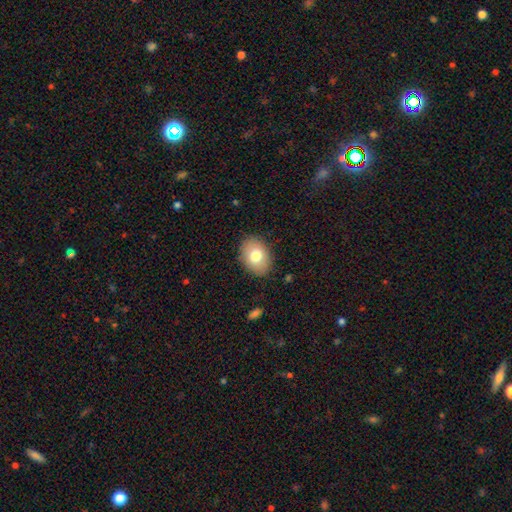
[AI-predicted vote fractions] smooth_or_featured: smooth (p=0.76) [alt: featured or disk p=0.16]
how_rounded: in between (p=0.78) [alt: round p=0.21]
merging: none (p=0.86) [alt: minor disturbance p=0.10]